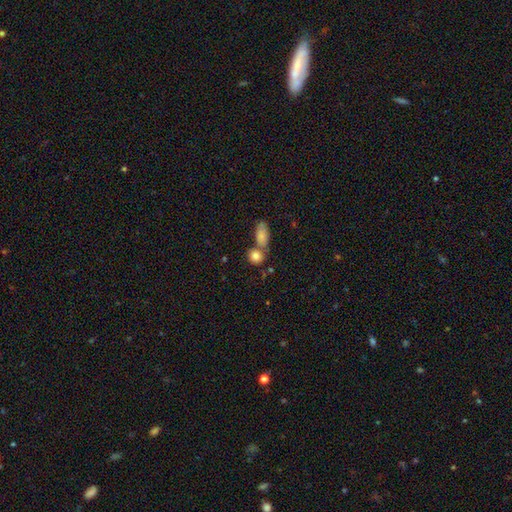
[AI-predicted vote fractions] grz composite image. It shows a smooth galaxy with no disk features (84%) that is round (60%). Merging: none (46%).